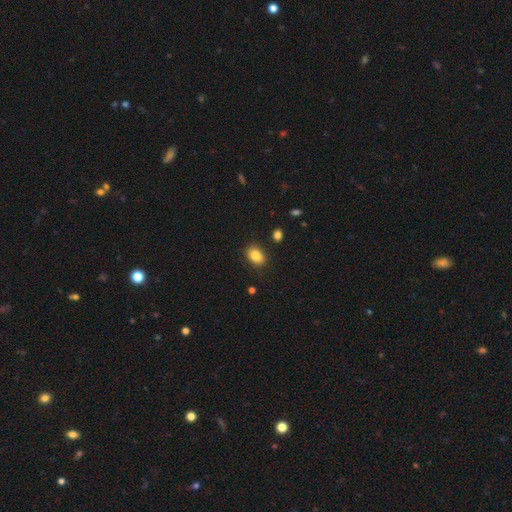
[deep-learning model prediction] A smooth galaxy with no disk features (86%) that is in between round and cigar-shaped (79%). Merging: none (84%).